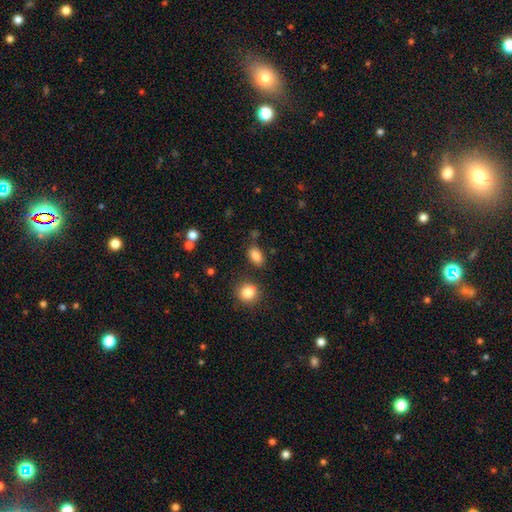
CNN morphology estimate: smooth-or-featured: smooth: 85% | star or artifact: 10% | featured or disk: 6%
  how-rounded: in between: 87% | round: 11% | cigar-shaped: 2%
  merging: none: 78% | minor disturbance: 13% | merger: 6% | major disturbance: 4%